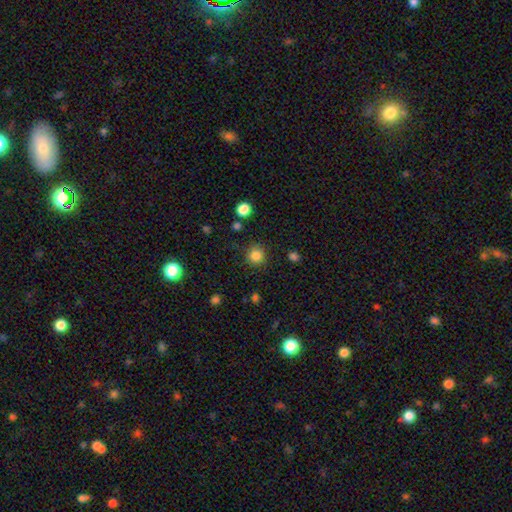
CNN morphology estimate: Q: Smooth or featured?
A: smooth (84%); runner-up: star or artifact (12%)
Q: How rounded?
A: round (93%); runner-up: in between (6%)
Q: Merging?
A: none (88%); runner-up: minor disturbance (7%)